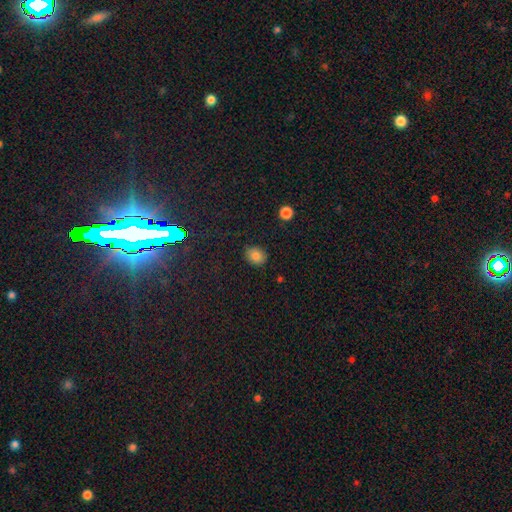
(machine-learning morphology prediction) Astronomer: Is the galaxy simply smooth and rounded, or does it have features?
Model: smooth — 83%.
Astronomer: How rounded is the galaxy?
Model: in between — 53% (runner-up: round, 46%).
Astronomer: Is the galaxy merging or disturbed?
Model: none — 87%.